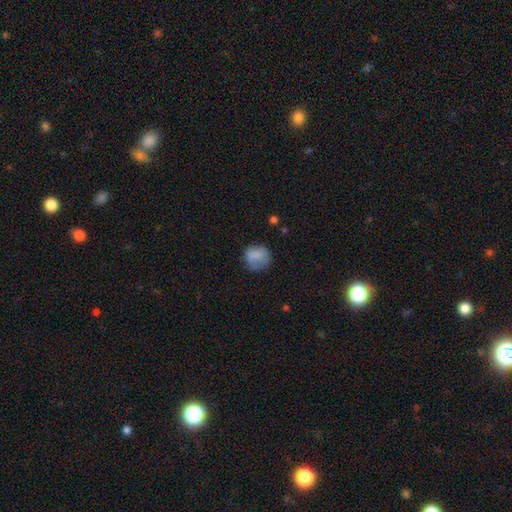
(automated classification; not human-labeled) Smooth or featured?
  - smooth: 79% *
  - featured or disk: 12%
  - star or artifact: 9%
How rounded?
  - round: 79% *
  - in between: 20%
  - cigar-shaped: 1%
Merging?
  - none: 62% *
  - minor disturbance: 25%
  - major disturbance: 11%
  - merger: 2%